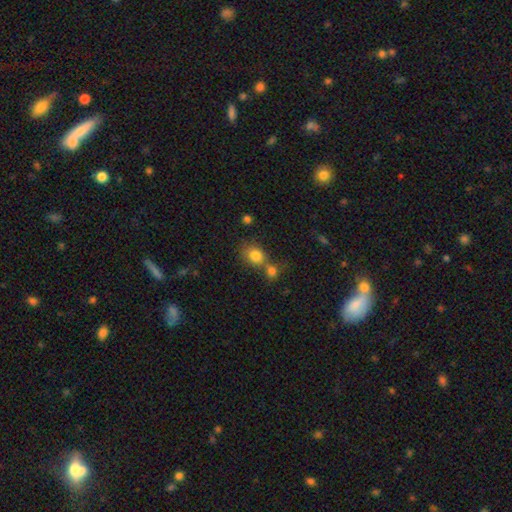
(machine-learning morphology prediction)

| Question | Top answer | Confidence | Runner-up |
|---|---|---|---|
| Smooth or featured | smooth | 81% | star or artifact (11%) |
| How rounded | round | 60% | in between (39%) |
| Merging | none | 43% | merger (42%) |